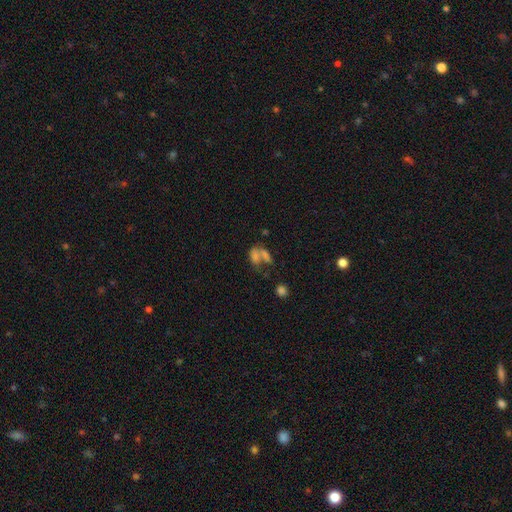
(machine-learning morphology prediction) Overall: smooth (60%; featured or disk 23%). How rounded: in between (79%). Merging: merger (54%; none 22%).